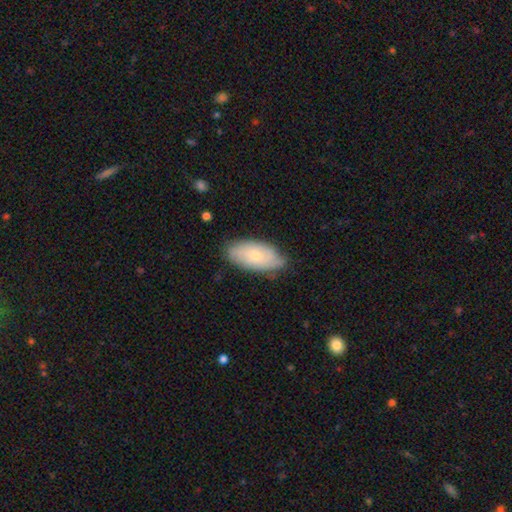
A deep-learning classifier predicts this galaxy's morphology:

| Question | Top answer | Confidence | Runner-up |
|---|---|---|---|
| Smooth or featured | smooth | 60% | featured or disk (34%) |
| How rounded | in between | 92% | cigar-shaped (5%) |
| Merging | none | 75% | minor disturbance (20%) |